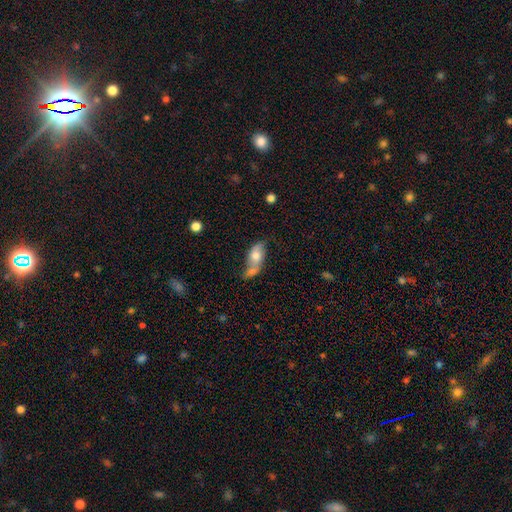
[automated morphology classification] smooth 54%, featured or disk 38%, star or artifact 8%. Down the decision tree: how rounded — in between (84%); merging — merger (46%).